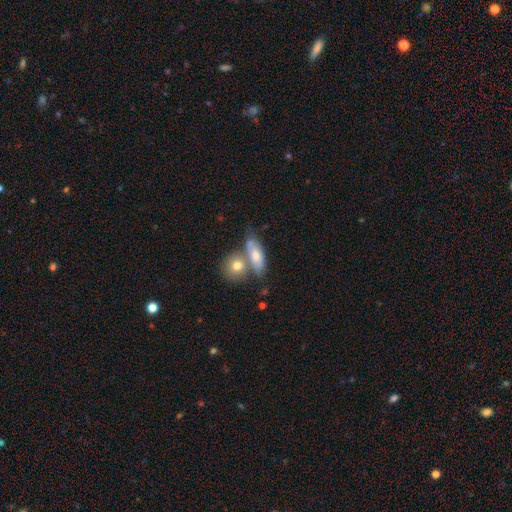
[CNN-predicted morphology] Smooth or featured? smooth (67%)
How rounded? in between (71%)
Merging? merger (46%)